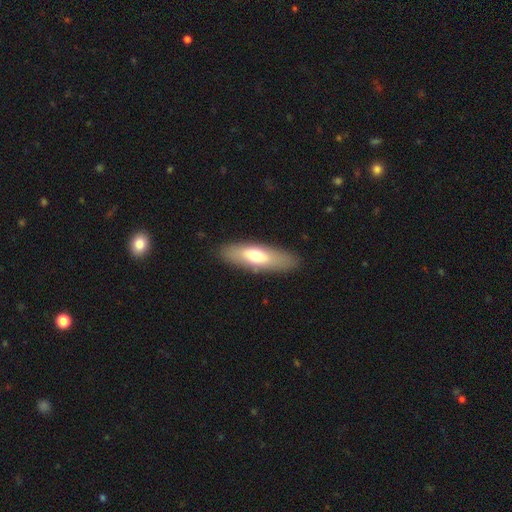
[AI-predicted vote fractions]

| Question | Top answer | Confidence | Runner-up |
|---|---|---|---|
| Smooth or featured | smooth | 65% | featured or disk (29%) |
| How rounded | in between | 55% | cigar-shaped (42%) |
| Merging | none | 87% | minor disturbance (9%) |